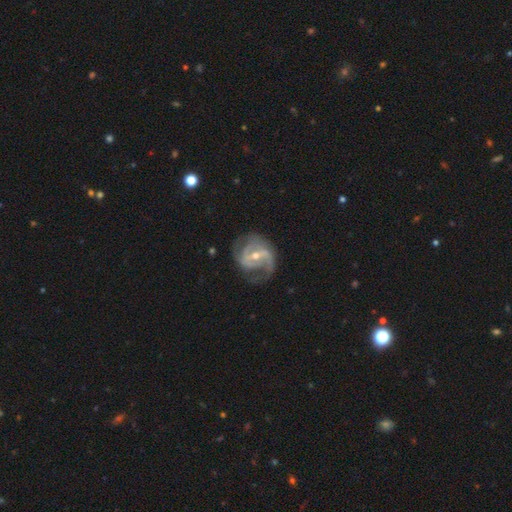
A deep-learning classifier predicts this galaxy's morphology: A featured or disk galaxy (87%) with a weak bar (46%), 2 (63%) medium (49%) spiral arms (95%) and a small central bulge (49%). Merging: none (63%).